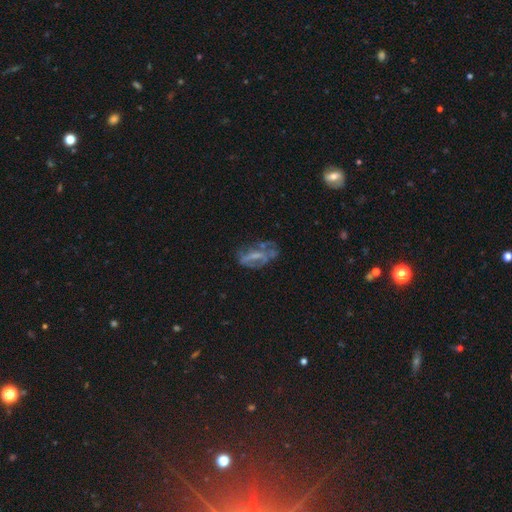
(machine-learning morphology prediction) Smooth or featured?
  - featured or disk: 58% *
  - smooth: 27%
  - star or artifact: 15%
Edge-on disk?
  - no: 91% *
  - yes: 9%
Bar?
  - no: 53% *
  - weak: 30%
  - strong: 17%
Spiral arms?
  - no: 66% *
  - yes: 34%
Bulge size?
  - none: 37% *
  - small: 35%
  - moderate: 23%
  - large: 3%
  - dominant: 1%
Merging?
  - none: 43% *
  - major disturbance: 28%
  - minor disturbance: 23%
  - merger: 5%